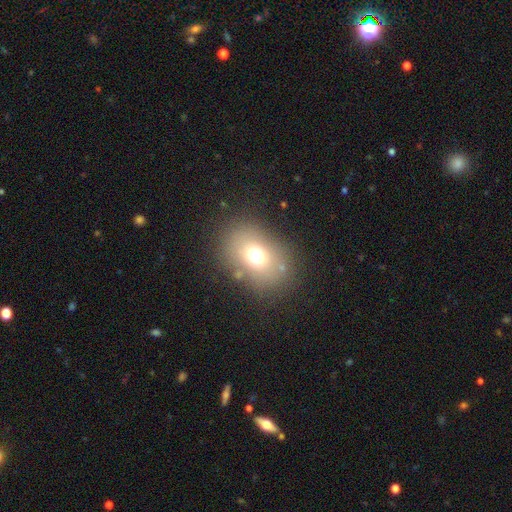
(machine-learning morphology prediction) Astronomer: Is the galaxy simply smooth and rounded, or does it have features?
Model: smooth — 68%.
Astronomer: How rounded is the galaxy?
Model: in between — 64%.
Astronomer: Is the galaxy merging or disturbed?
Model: none — 78%.